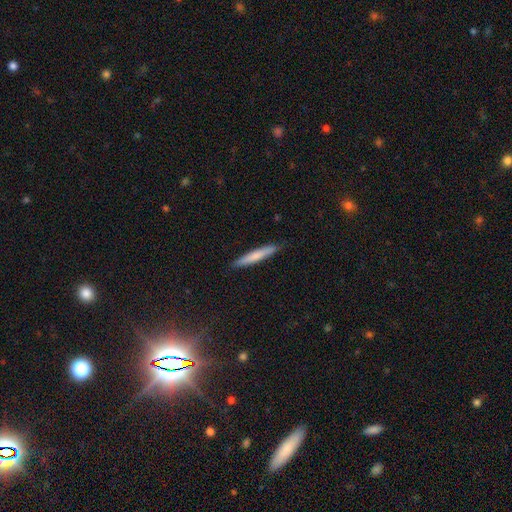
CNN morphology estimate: Smooth or featured?
  - smooth: 70% *
  - featured or disk: 24%
  - star or artifact: 6%
How rounded?
  - cigar-shaped: 94% *
  - in between: 5%
  - round: 1%
Merging?
  - none: 89% *
  - minor disturbance: 8%
  - major disturbance: 1%
  - merger: 1%